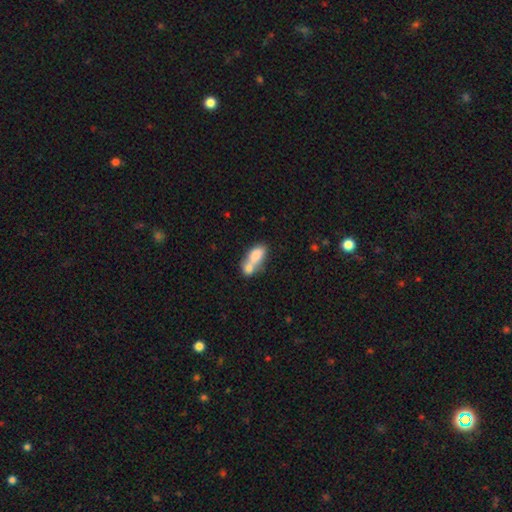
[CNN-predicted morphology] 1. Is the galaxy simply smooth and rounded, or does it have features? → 75% smooth, 18% featured or disk, 8% star or artifact.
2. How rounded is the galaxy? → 81% in between, 11% cigar-shaped, 8% round.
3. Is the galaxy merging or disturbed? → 69% merger, 19% none, 8% minor disturbance, 5% major disturbance.